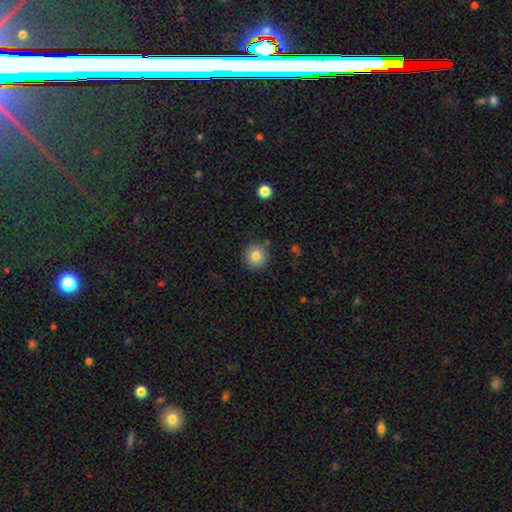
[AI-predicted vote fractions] A smooth galaxy with no disk features (80%) that is round (94%).

Vote fractions:
- Smooth or featured? smooth: 80% / star or artifact: 10% / featured or disk: 10%
- How rounded? round: 94% / in between: 5% / cigar-shaped: 1%
- Merging? none: 88% / minor disturbance: 8% / major disturbance: 2% / merger: 2%